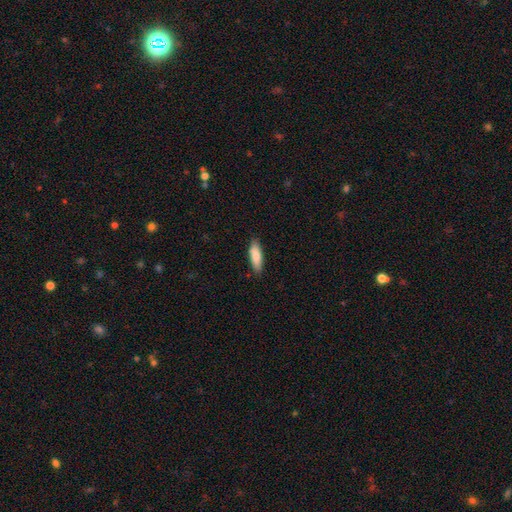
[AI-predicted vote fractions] The model was most divided on "how rounded": in between: 52%, cigar-shaped: 47%, round: 2%. More confident: merging — none (86%); smooth or featured — smooth (81%).